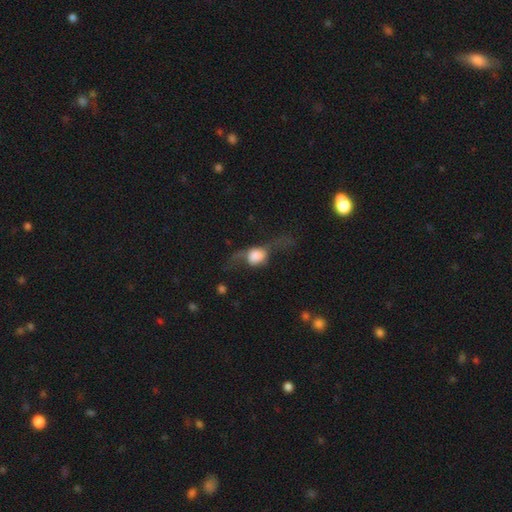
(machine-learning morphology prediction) Smooth or featured? Predicted: smooth (p=0.49). Merging? Predicted: major disturbance (p=0.39).